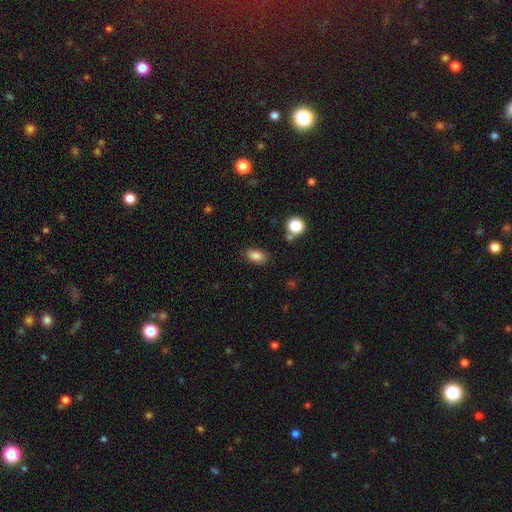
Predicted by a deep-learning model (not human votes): Smooth or featured?
  - smooth: 85% *
  - star or artifact: 10%
  - featured or disk: 5%
How rounded?
  - in between: 89% *
  - round: 7%
  - cigar-shaped: 4%
Merging?
  - none: 83% *
  - minor disturbance: 11%
  - major disturbance: 3%
  - merger: 3%